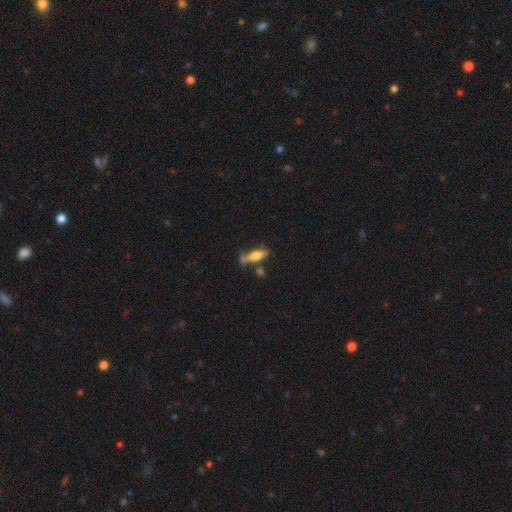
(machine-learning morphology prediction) featured or disk 49%, smooth 44%, star or artifact 8%. Down the decision tree: merging — none (57%).